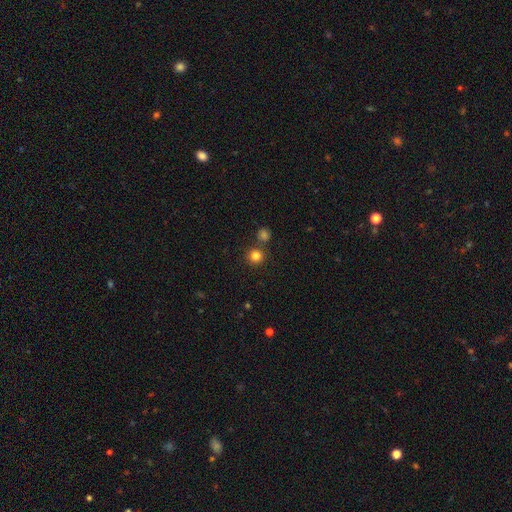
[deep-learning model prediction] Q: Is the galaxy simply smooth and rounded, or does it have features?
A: smooth — 81%.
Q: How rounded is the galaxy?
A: round — 92%.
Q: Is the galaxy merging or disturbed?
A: none — 78%.